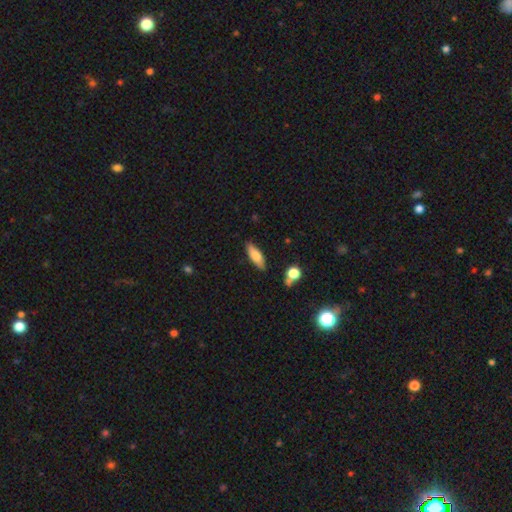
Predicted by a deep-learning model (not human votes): Smooth or featured? smooth (73%)
How rounded? in between (54%)
Merging? none (82%)